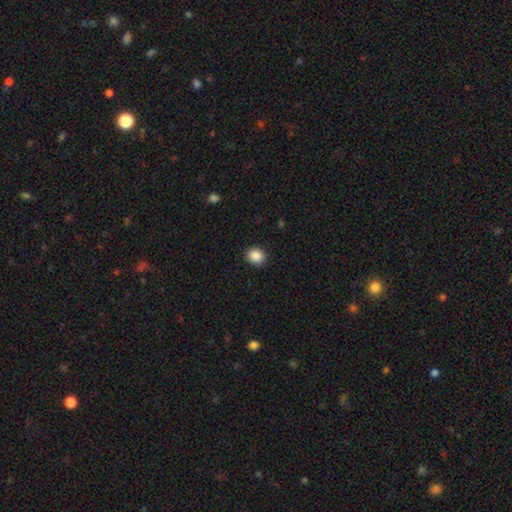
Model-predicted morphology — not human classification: smooth-or-featured: smooth: 88% | star or artifact: 9% | featured or disk: 3%
  how-rounded: round: 75% | in between: 25% | cigar-shaped: 1%
  merging: none: 91% | minor disturbance: 6% | major disturbance: 2% | merger: 1%